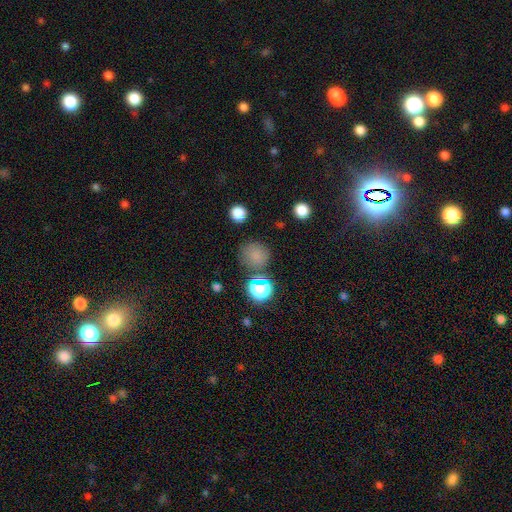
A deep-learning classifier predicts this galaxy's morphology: The model was most divided on "smooth or featured": smooth: 74%, star or artifact: 19%, featured or disk: 7%. More confident: how rounded — round (88%); merging — none (76%).